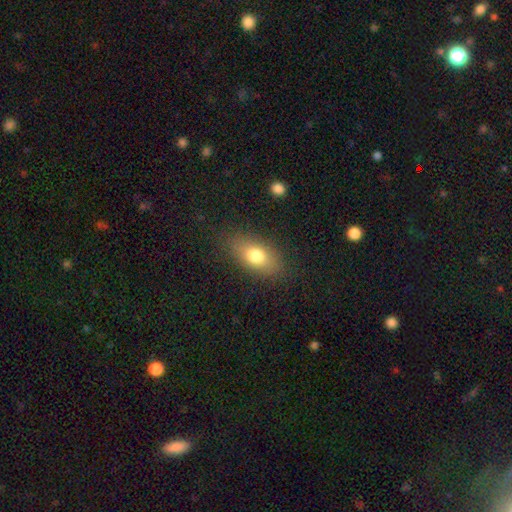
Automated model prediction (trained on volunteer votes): smooth-or-featured: smooth: 76% | featured or disk: 15% | star or artifact: 9%
  how-rounded: in between: 85% | round: 9% | cigar-shaped: 6%
  merging: none: 82% | minor disturbance: 12% | major disturbance: 4% | merger: 1%